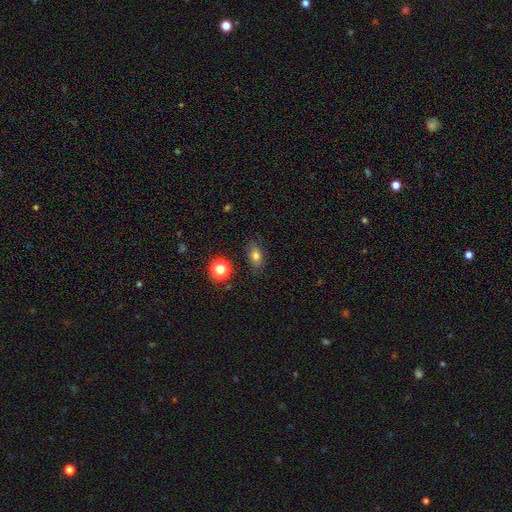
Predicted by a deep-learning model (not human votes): smooth-or-featured: smooth: 76% | star or artifact: 14% | featured or disk: 10%
  how-rounded: in between: 77% | round: 19% | cigar-shaped: 3%
  merging: none: 81% | minor disturbance: 14% | major disturbance: 3% | merger: 2%